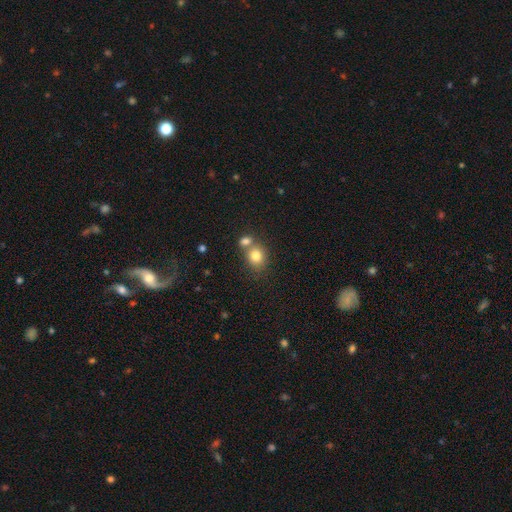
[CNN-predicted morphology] Smooth or featured? Predicted: smooth (p=0.81). How rounded? Predicted: round (p=0.68). Merging? Predicted: none (p=0.48).